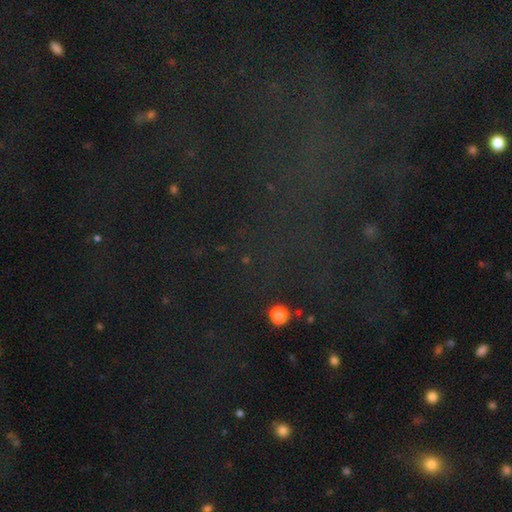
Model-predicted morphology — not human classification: Smooth or featured? Predicted: star or artifact (p=0.75).